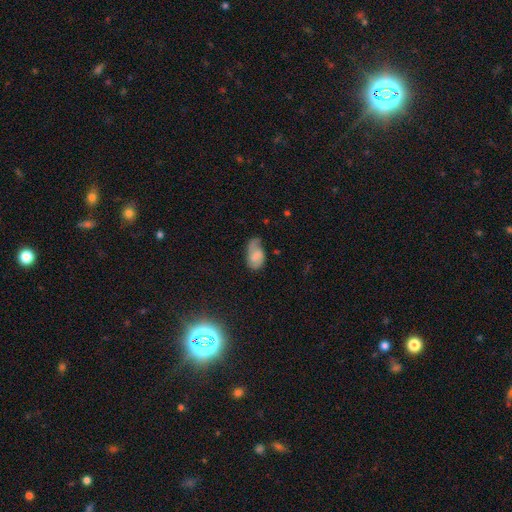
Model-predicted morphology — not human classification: The model was most divided on "merging": none: 43%, minor disturbance: 37%, major disturbance: 17%, merger: 3%. More confident: how rounded — in between (91%); smooth or featured — smooth (52%).